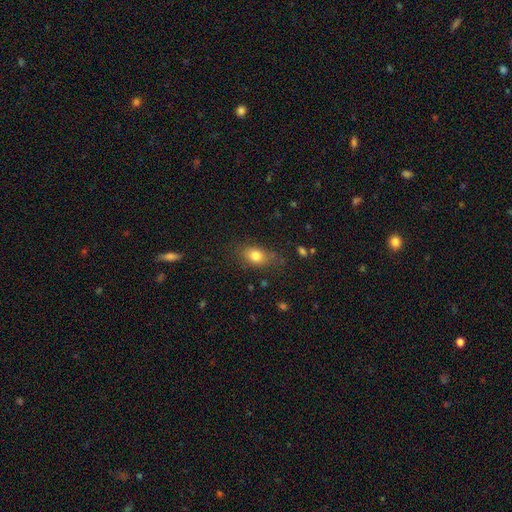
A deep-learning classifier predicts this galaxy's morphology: A smooth galaxy with no disk features (80%) that is in between round and cigar-shaped (77%).

Vote fractions:
- Smooth or featured? smooth: 80% / featured or disk: 11% / star or artifact: 9%
- How rounded? in between: 77% / round: 19% / cigar-shaped: 3%
- Merging? none: 72% / minor disturbance: 20% / major disturbance: 6% / merger: 2%